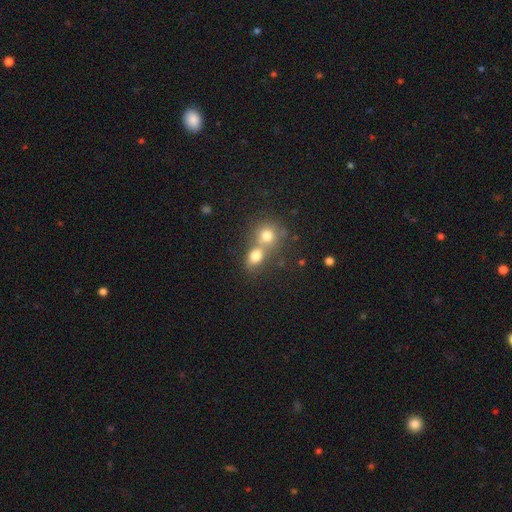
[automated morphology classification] Smooth or featured: smooth — 76% (featured or disk — 12%)
How rounded: in between — 50% (round — 48%)
Merging: merger — 56% (none — 32%)